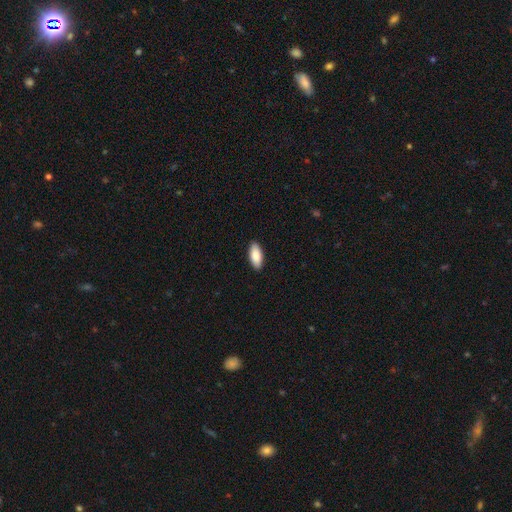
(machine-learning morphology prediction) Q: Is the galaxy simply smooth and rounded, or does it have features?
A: smooth — 88%.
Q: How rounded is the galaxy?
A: in between — 87%.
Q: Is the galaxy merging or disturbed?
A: none — 90%.